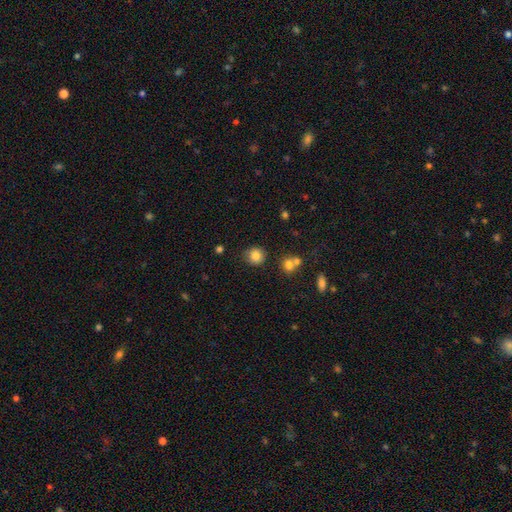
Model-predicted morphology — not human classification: A smooth galaxy with no disk features (83%) that is round (90%). Merging: none (82%).